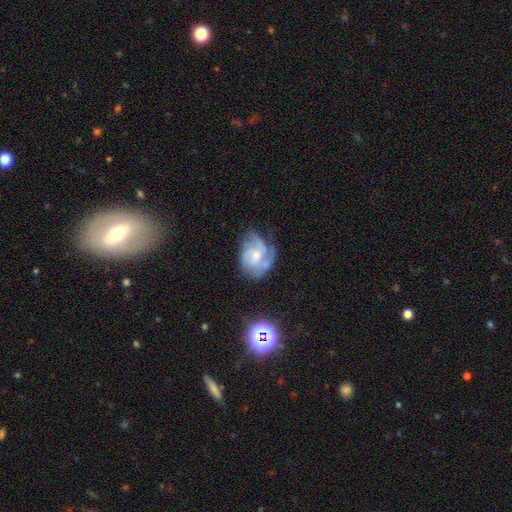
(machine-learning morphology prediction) This appears to be a featured or disk galaxy (72%) with no bar (67%), 3 (34%) tight (42%, tied with medium) spiral arms (85%) and a small central bulge (44%). Merging: none (47%).